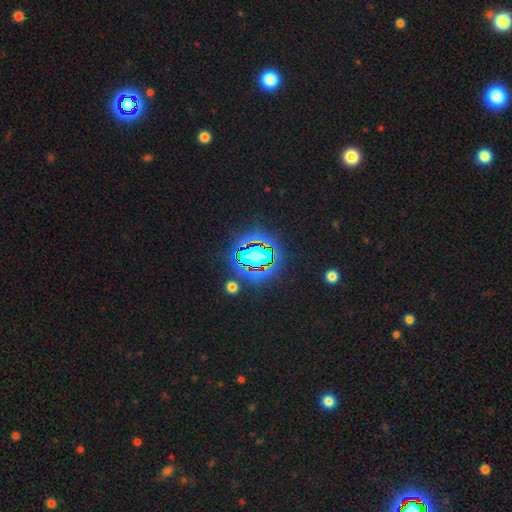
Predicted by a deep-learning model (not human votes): Morphology: type=star or artifact (82%).